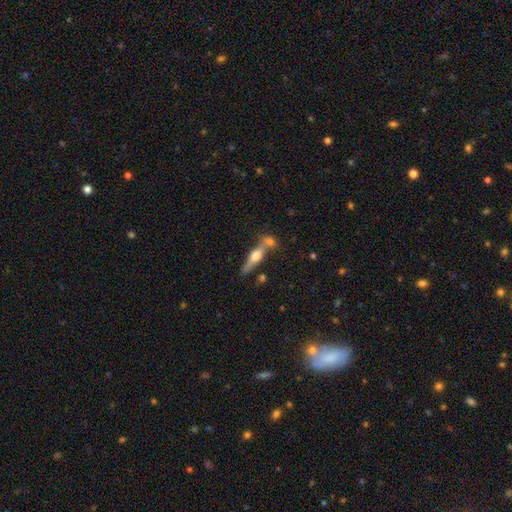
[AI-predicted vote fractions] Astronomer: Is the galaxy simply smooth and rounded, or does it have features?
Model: featured or disk — 55% (runner-up: smooth, 38%).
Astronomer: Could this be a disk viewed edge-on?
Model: yes — 91%.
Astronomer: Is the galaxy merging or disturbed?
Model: none — 53% (runner-up: merger, 31%).